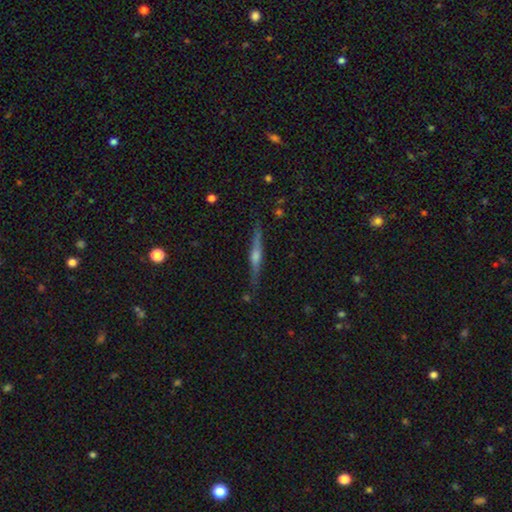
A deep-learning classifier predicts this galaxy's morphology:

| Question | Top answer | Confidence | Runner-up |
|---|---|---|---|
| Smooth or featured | featured or disk | 77% | smooth (16%) |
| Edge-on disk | yes | 98% | no (2%) |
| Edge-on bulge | rounded | 84% | boxy (9%) |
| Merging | none | 88% | minor disturbance (9%) |